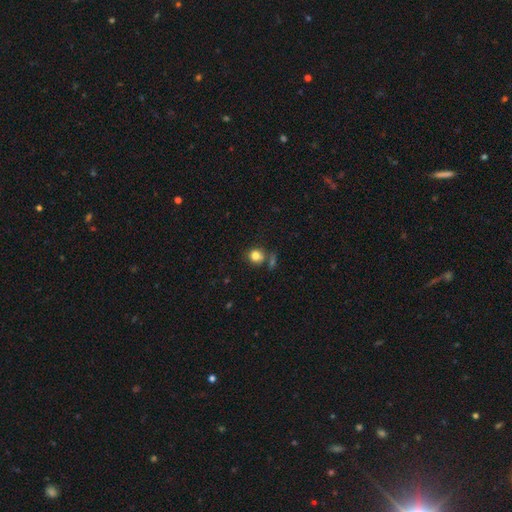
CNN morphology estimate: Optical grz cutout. It shows a smooth galaxy with no disk features (81%) that is round (82%). Merging: none (66%).